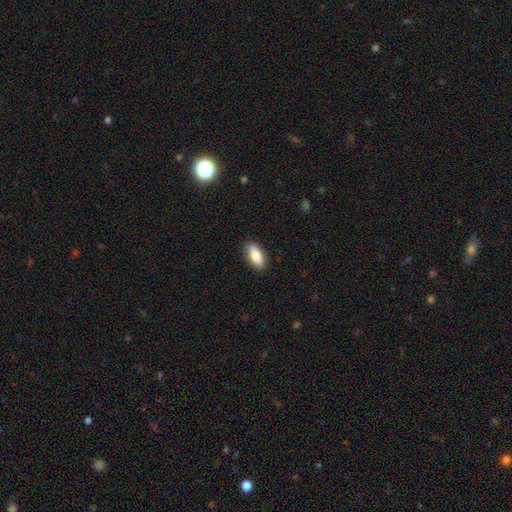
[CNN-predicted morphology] Smooth or featured: smooth — 80% (featured or disk — 14%)
How rounded: in between — 85% (cigar-shaped — 12%)
Merging: none — 88% (minor disturbance — 9%)